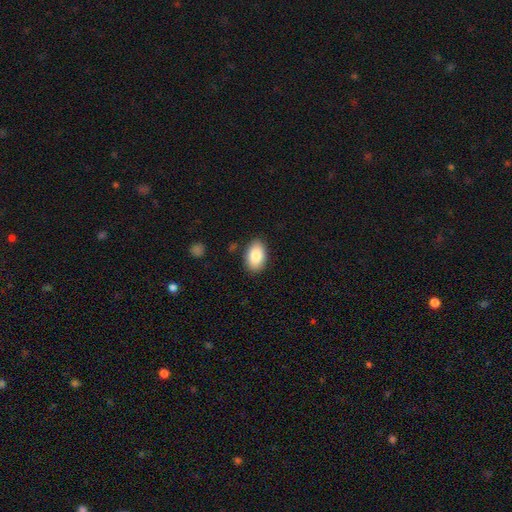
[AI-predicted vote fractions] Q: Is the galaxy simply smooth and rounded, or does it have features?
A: smooth — 85%.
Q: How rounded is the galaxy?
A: in between — 91%.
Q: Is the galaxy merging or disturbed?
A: none — 86%.